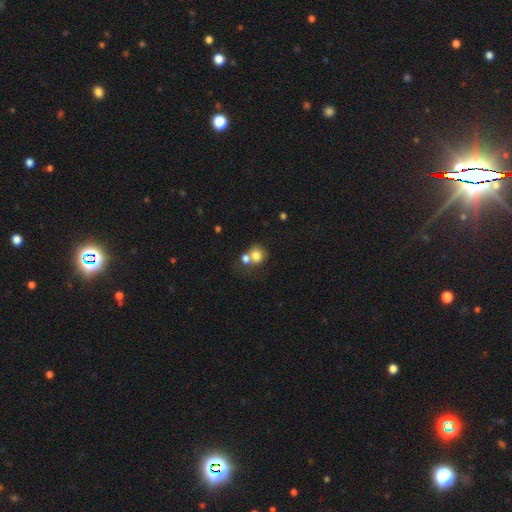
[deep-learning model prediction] Q: Smooth or featured?
A: smooth (77%); runner-up: featured or disk (13%)
Q: How rounded?
A: round (71%); runner-up: in between (28%)
Q: Merging?
A: merger (53%); runner-up: none (33%)